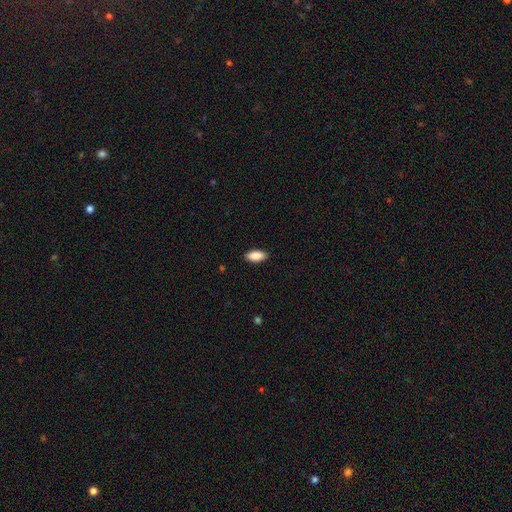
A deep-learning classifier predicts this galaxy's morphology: smooth 89%, star or artifact 6%, featured or disk 5%. Down the decision tree: how rounded — in between (91%); merging — none (89%).